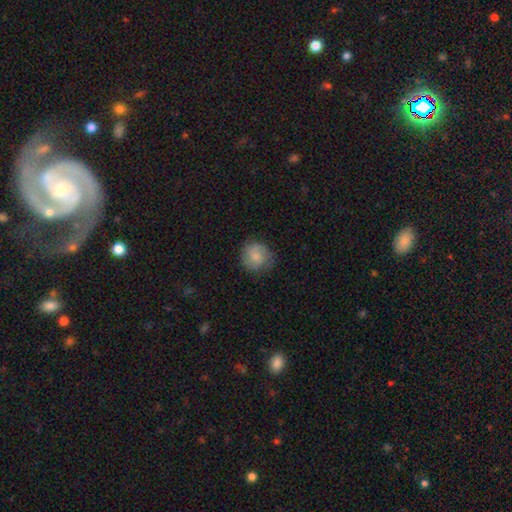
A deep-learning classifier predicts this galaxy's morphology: smooth_or_featured: smooth (p=0.71) [alt: featured or disk p=0.22]
how_rounded: round (p=0.88) [alt: in between p=0.11]
merging: none (p=0.76) [alt: minor disturbance p=0.17]